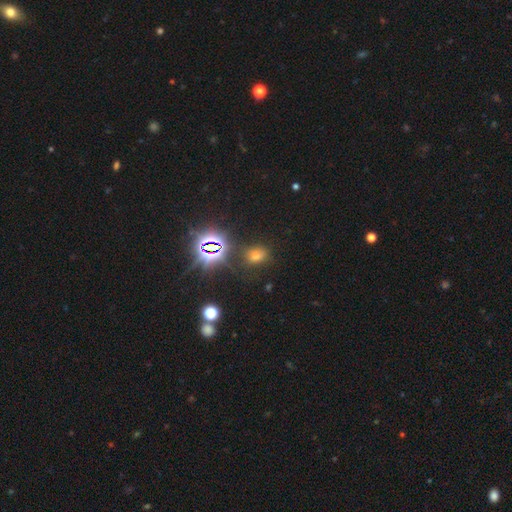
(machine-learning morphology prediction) Smooth or featured?
  - smooth: 47% *
  - star or artifact: 45%
  - featured or disk: 8%
Merging?
  - none: 81% *
  - minor disturbance: 11%
  - major disturbance: 4%
  - merger: 4%